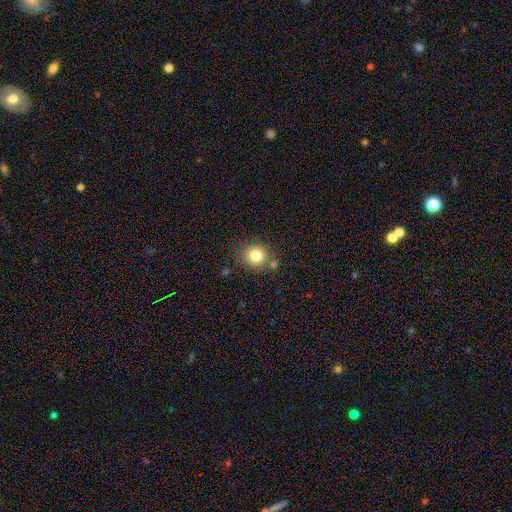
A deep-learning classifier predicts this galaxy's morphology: A smooth galaxy with no disk features (81%) that is round (85%). Merging: none (76%).